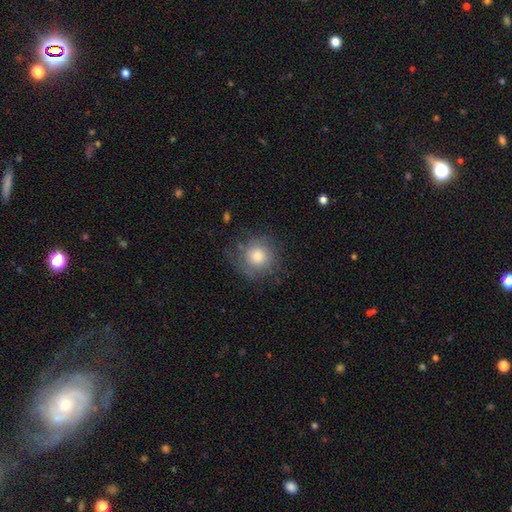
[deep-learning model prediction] smooth 63%, featured or disk 27%, star or artifact 10%. Down the decision tree: how rounded — round (91%); merging — none (69%).